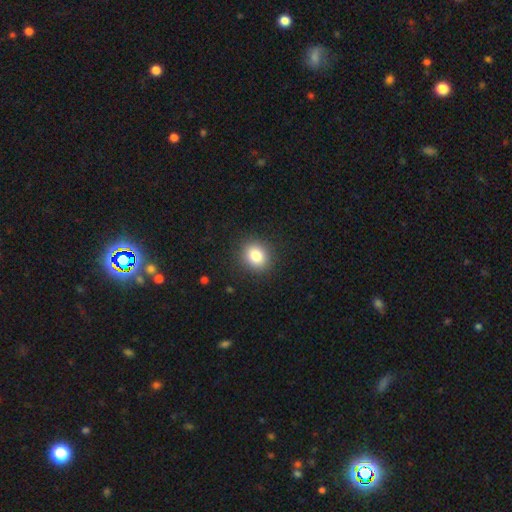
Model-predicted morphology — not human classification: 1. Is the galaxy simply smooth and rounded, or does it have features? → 83% smooth, 10% star or artifact, 7% featured or disk.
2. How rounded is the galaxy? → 67% round, 32% in between, 1% cigar-shaped.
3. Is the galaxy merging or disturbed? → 89% none, 7% minor disturbance, 3% major disturbance, 1% merger.